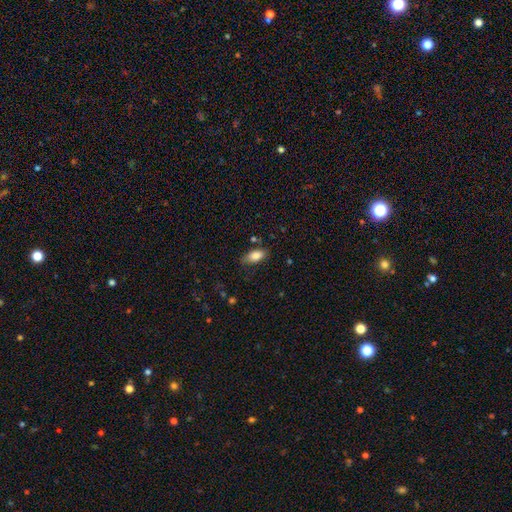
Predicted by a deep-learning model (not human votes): A smooth galaxy with no disk features (84%) that is in between round and cigar-shaped (89%). Merging: none (73%).